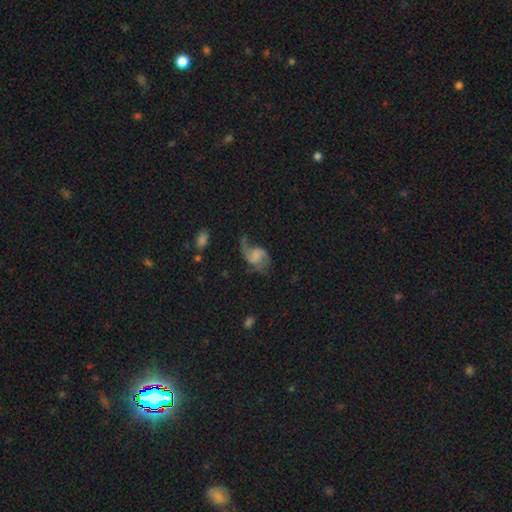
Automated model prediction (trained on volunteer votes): A featured or disk galaxy (74%) with no bar (52%), 2 (81%) loose (61%) spiral arms (93%) and no central bulge (58%).

Vote fractions:
- Smooth or featured? featured or disk: 74% / smooth: 17% / star or artifact: 8%
- Edge-on disk? no: 98% / yes: 2%
- Bar? no: 52% / weak: 38% / strong: 10%
- Spiral arms? yes: 93% / no: 7%
- Spiral winding? loose: 61% / medium: 32% / tight: 7%
- Spiral arm count? 2: 81% / 1: 10% / can't tell: 4% / 3: 2% / 4: 1% / more than 4: 1%
- Bulge size? none: 58% / small: 14% / large: 13% / moderate: 12% / dominant: 3%
- Merging? none: 45% / major disturbance: 30% / minor disturbance: 21% / merger: 4%